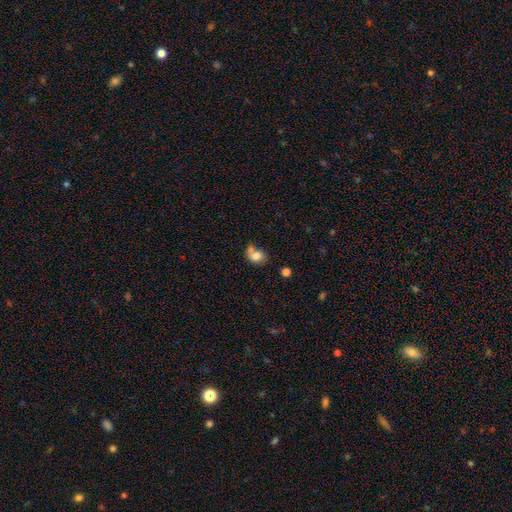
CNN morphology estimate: The model was most divided on "merging": none: 36%, merger: 35%, minor disturbance: 18%, major disturbance: 10%. More confident: smooth or featured — smooth (78%); how rounded — round (50%).